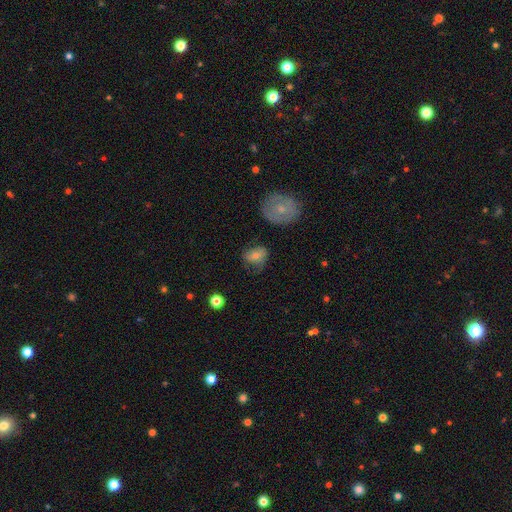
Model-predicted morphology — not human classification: smooth_or_featured: smooth (p=0.58) [alt: featured or disk p=0.32]
how_rounded: in between (p=0.50) [alt: round p=0.49]
merging: none (p=0.49) [alt: minor disturbance p=0.29]